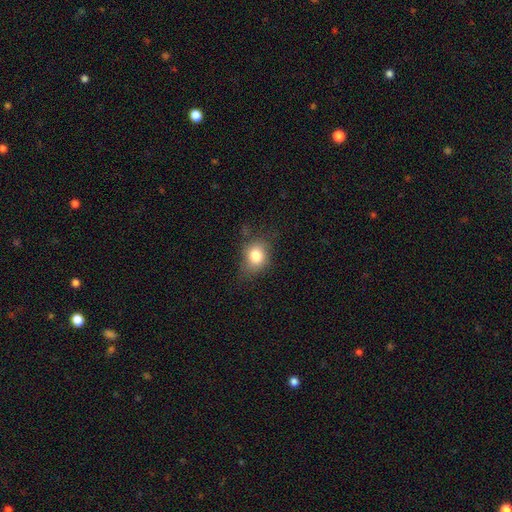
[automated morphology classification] Smooth or featured?
  - smooth: 78% *
  - star or artifact: 11%
  - featured or disk: 10%
How rounded?
  - round: 56% *
  - in between: 43%
  - cigar-shaped: 1%
Merging?
  - none: 67% *
  - minor disturbance: 24%
  - major disturbance: 8%
  - merger: 2%